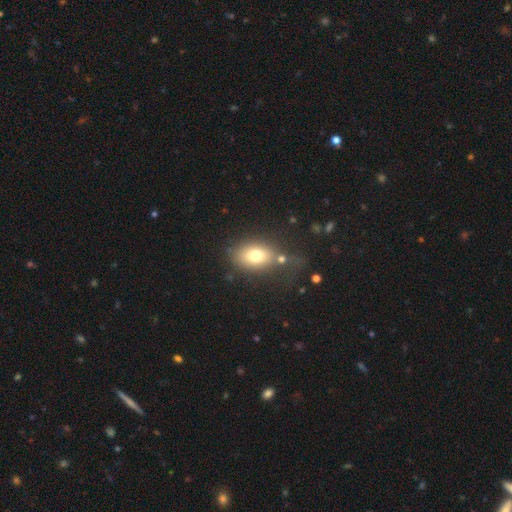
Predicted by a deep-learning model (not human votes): smooth-or-featured: smooth: 75% | featured or disk: 15% | star or artifact: 10%
  how-rounded: in between: 78% | round: 20% | cigar-shaped: 2%
  merging: none: 58% | minor disturbance: 16% | merger: 15% | major disturbance: 11%